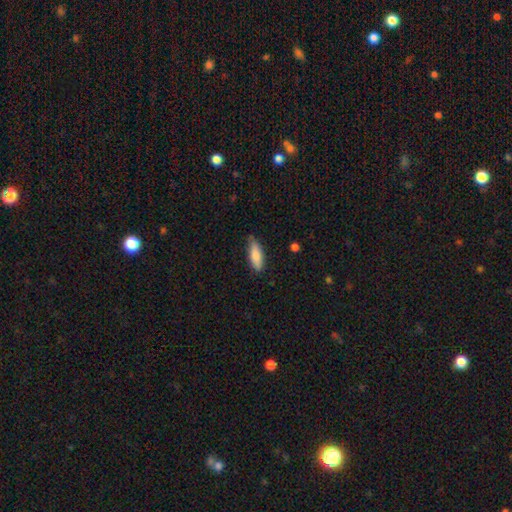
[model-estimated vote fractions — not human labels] The model was most divided on "how rounded": in between: 61%, cigar-shaped: 37%, round: 2%. More confident: smooth or featured — smooth (84%); merging — none (72%).